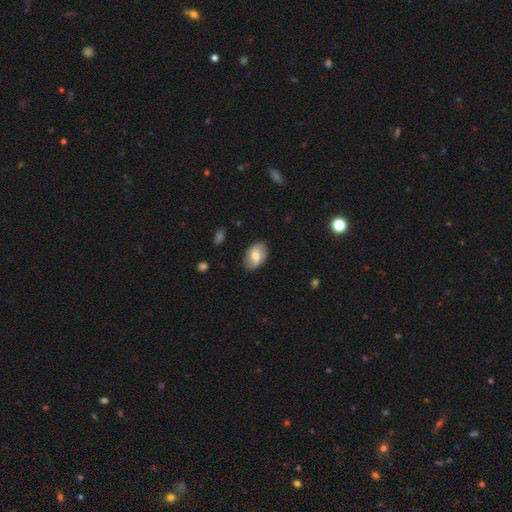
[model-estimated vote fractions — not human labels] Morphology: type=smooth (59%); roundness=in between (88%); merging=none (82%).